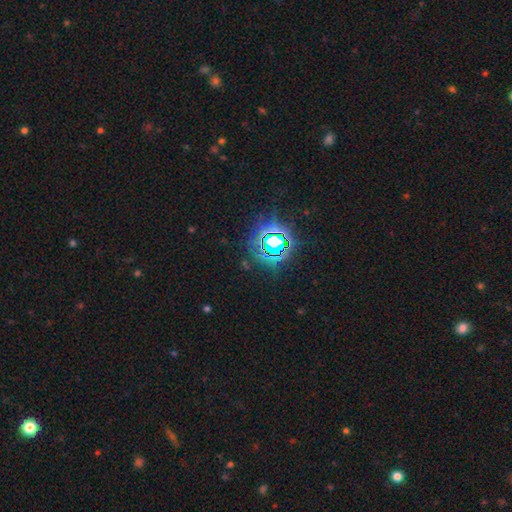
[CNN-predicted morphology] smooth_or_featured: star or artifact (p=0.81) [alt: smooth p=0.12]